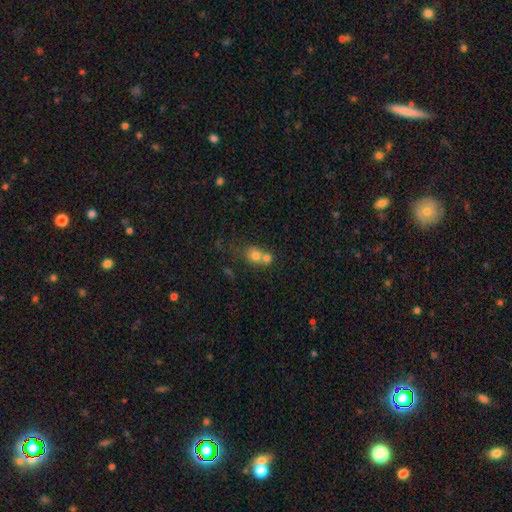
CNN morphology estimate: A smooth galaxy with no disk features (73%) that is round (69%).

Vote fractions:
- Smooth or featured? smooth: 73% / featured or disk: 15% / star or artifact: 12%
- How rounded? round: 69% / in between: 29% / cigar-shaped: 1%
- Merging? merger: 58% / none: 31% / minor disturbance: 7% / major disturbance: 4%